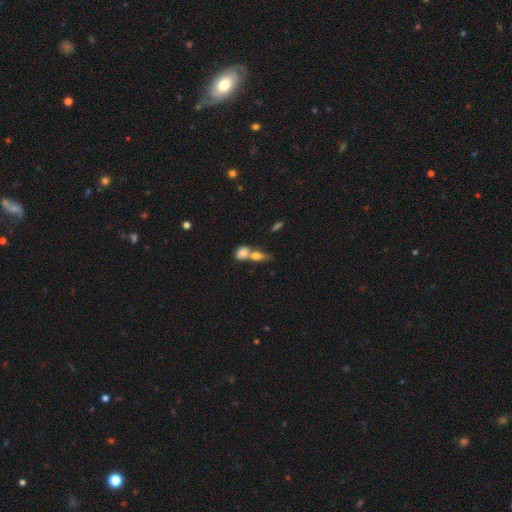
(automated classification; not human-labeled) smooth 71%, featured or disk 20%, star or artifact 9%. Down the decision tree: how rounded — in between (57%); merging — merger (62%).